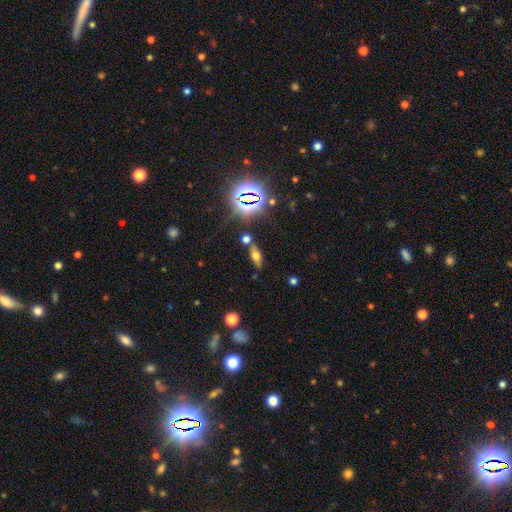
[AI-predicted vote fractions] Smooth or featured?
  - smooth: 49% *
  - featured or disk: 27%
  - star or artifact: 24%
Merging?
  - none: 70% *
  - merger: 13%
  - minor disturbance: 13%
  - major disturbance: 4%